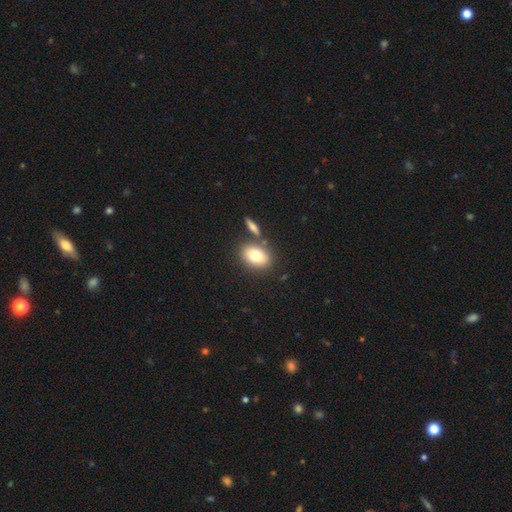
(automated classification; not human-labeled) smooth_or_featured: smooth (p=0.78) [alt: featured or disk p=0.14]
how_rounded: in between (p=0.79) [alt: round p=0.19]
merging: none (p=0.70) [alt: merger p=0.17]